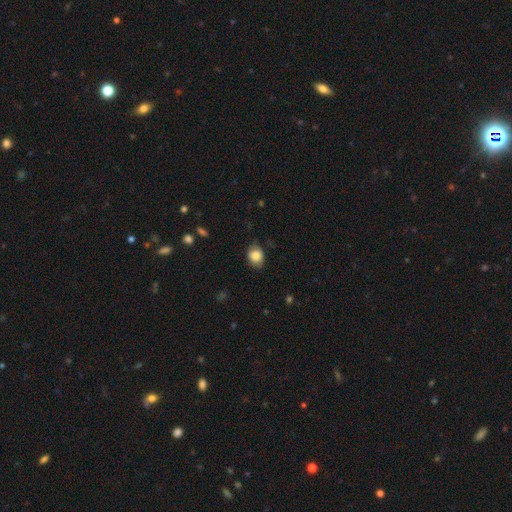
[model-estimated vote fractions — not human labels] smooth_or_featured: smooth (p=0.83) [alt: featured or disk p=0.08]
how_rounded: round (p=0.61) [alt: in between p=0.38]
merging: none (p=0.71) [alt: minor disturbance p=0.23]